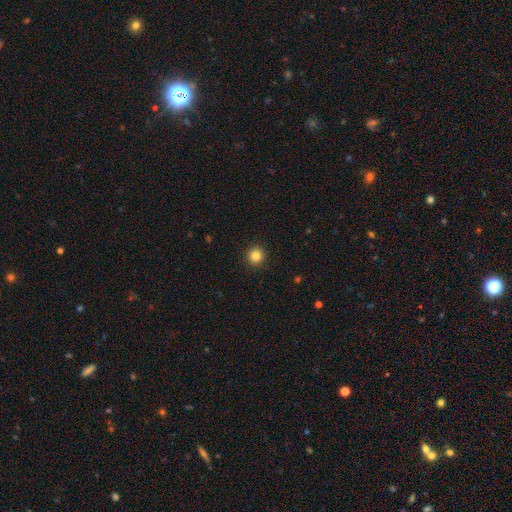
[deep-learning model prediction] Smooth or featured? smooth (85%)
How rounded? round (94%)
Merging? none (92%)